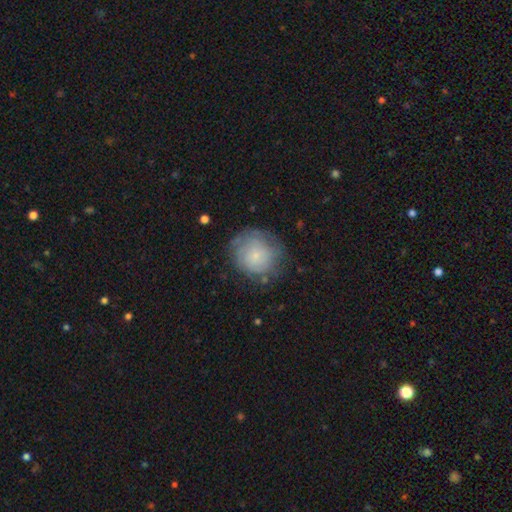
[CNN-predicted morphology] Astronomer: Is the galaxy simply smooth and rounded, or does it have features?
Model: smooth — 65%.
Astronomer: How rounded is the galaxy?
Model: round — 87%.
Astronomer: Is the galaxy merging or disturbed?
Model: none — 65%.